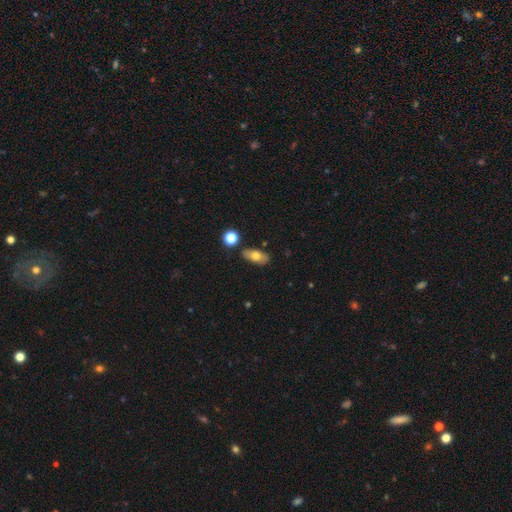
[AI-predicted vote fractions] A smooth galaxy with no disk features (68%) that is in between round and cigar-shaped (84%). Merging: none (83%).